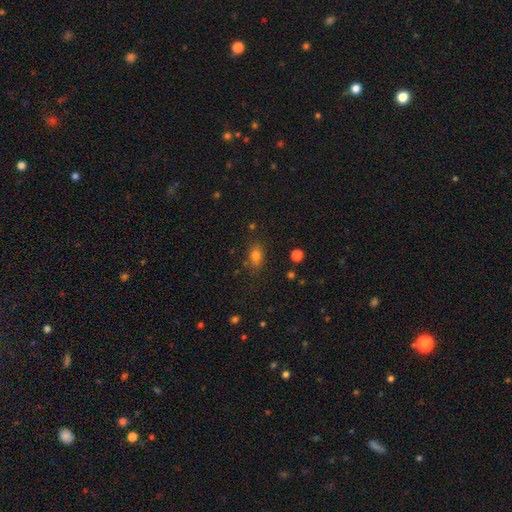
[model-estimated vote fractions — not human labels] This appears to be a smooth galaxy with no disk features (78%) that is in between round and cigar-shaped (77%). Merging: none (77%).